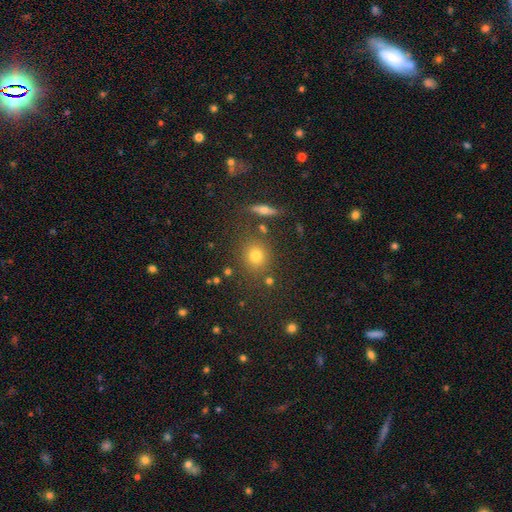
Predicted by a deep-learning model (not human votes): smooth_or_featured: smooth (p=0.71) [alt: star or artifact p=0.17]
how_rounded: round (p=0.84) [alt: in between p=0.14]
merging: none (p=0.80) [alt: minor disturbance p=0.10]